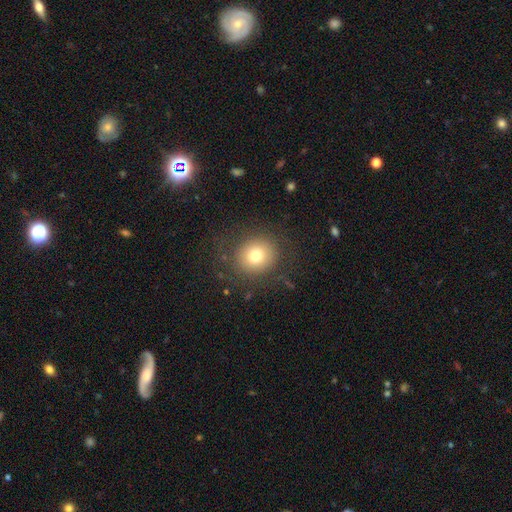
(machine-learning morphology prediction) Overall: smooth (74%). How rounded: round (85%). Merging: none (82%).